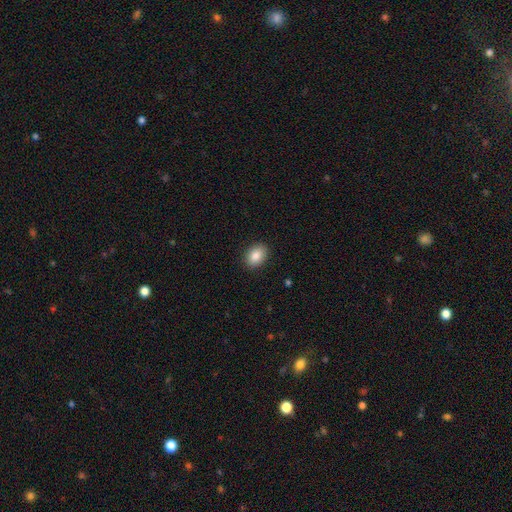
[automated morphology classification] Smooth or featured: smooth — 87% (star or artifact — 8%)
How rounded: in between — 76% (round — 23%)
Merging: none — 90% (minor disturbance — 8%)